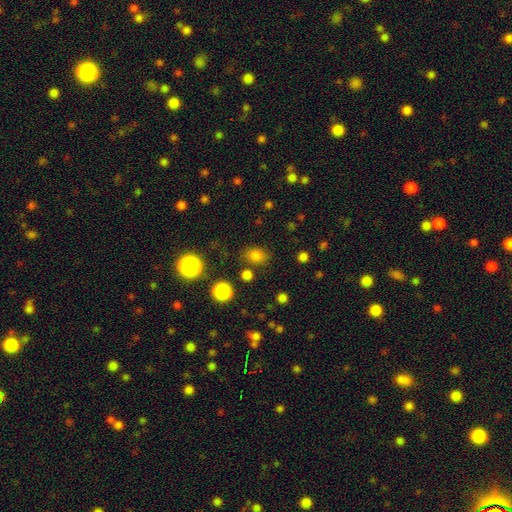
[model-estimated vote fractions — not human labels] Overall: smooth (77%). How rounded: in between (55%; round 43%). Merging: none (76%).